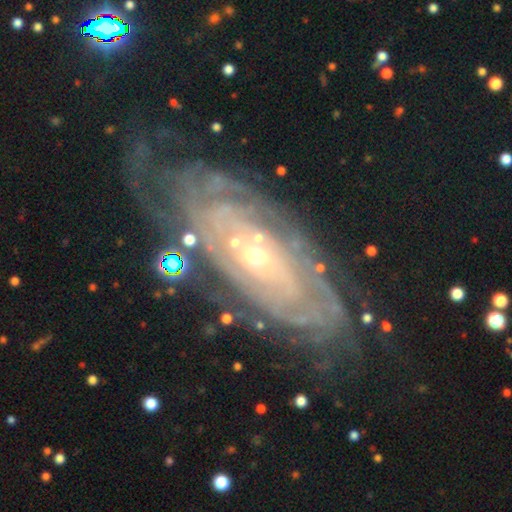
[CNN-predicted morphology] featured or disk 87%, smooth 7%, star or artifact 6%. Down the decision tree: edge-on disk — no (90%); bar — no (69%); spiral arms — yes (95%); spiral arm count — can't tell (45%); spiral winding — tight (84%); bulge size — small (70%); merging — none (75%).